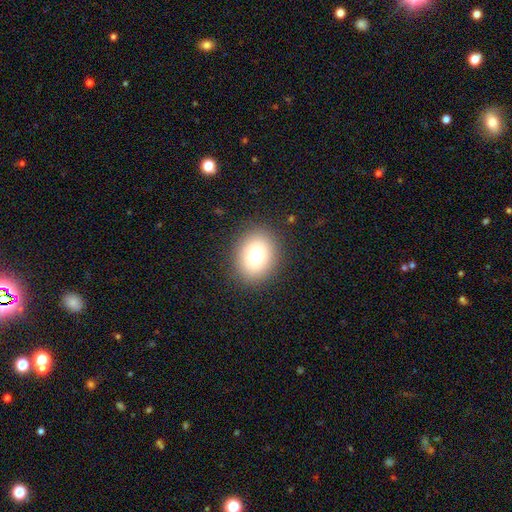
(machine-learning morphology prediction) This appears to be a smooth galaxy with no disk features (75%) that is round (51%). Merging: none (87%).